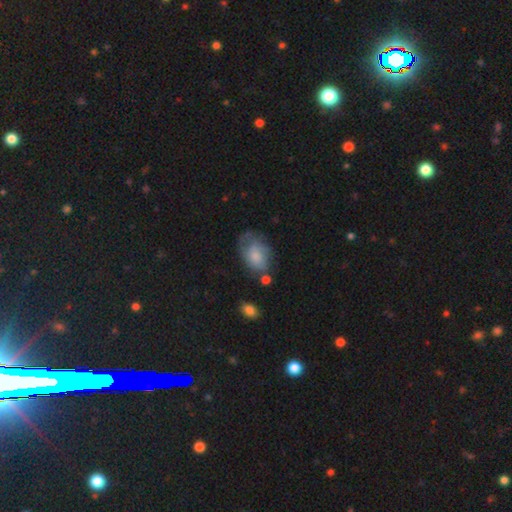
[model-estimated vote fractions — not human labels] Smooth or featured? smooth (63%)
How rounded? in between (82%)
Merging? none (44%)